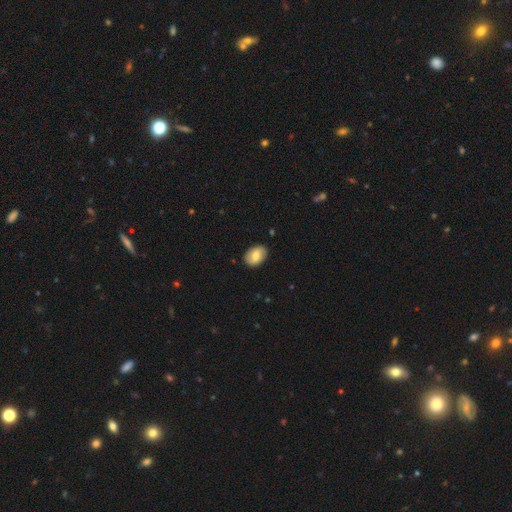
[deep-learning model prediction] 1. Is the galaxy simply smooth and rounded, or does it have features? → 75% smooth, 19% featured or disk, 7% star or artifact.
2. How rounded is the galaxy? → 82% in between, 17% round, 1% cigar-shaped.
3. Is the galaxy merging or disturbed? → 87% none, 10% minor disturbance, 2% major disturbance, 1% merger.